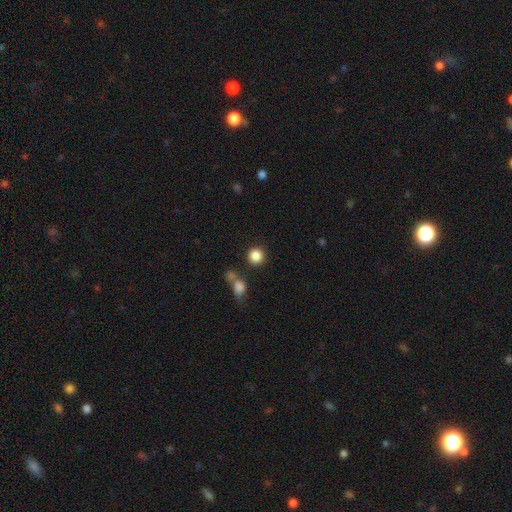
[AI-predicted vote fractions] smooth_or_featured: smooth (p=0.86) [alt: star or artifact p=0.10]
how_rounded: round (p=0.92) [alt: in between p=0.07]
merging: none (p=0.81) [alt: merger p=0.08]